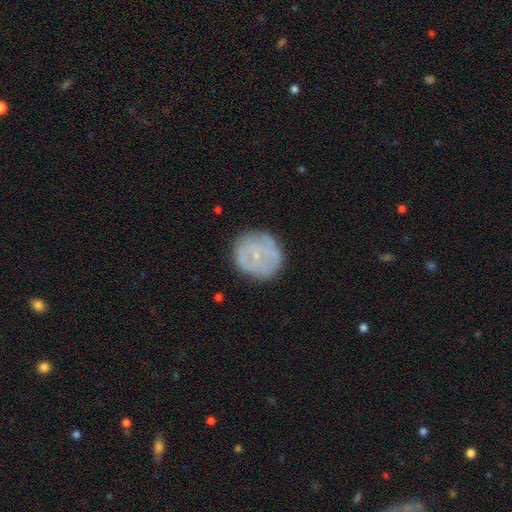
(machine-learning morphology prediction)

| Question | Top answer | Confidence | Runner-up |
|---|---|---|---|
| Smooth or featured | featured or disk | 47% | smooth (45%) |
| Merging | none | 79% | minor disturbance (15%) |